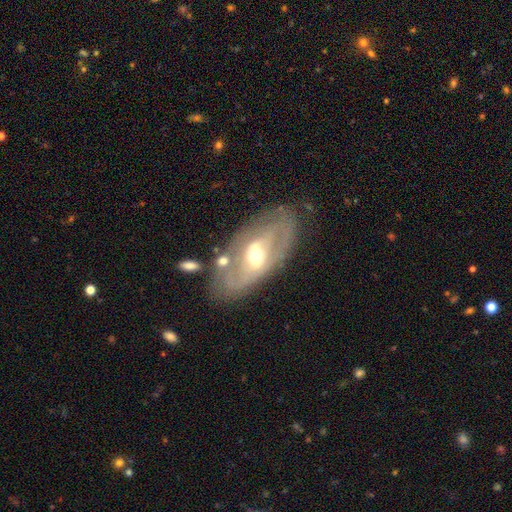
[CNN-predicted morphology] This is likely a featured or disk galaxy (75%). It is clearly not viewed edge-on (89%). Bar: marginally weak (41%). Spiral arm pattern: likely yes (61%). Central bulge: likely moderate (70%). Merging: likely none (70%).